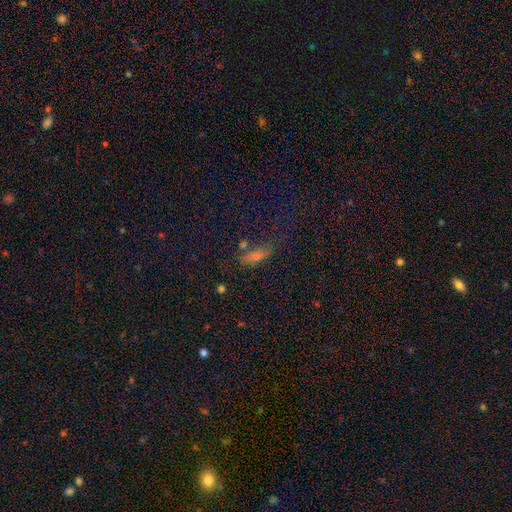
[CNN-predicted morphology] Smooth or featured: smooth — 66% (star or artifact — 21%)
How rounded: in between — 53% (cigar-shaped — 41%)
Merging: none — 55% (minor disturbance — 23%)